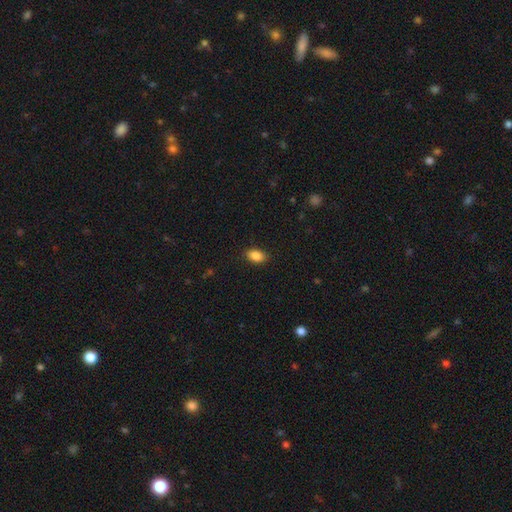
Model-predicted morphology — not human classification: Q: Smooth or featured?
A: smooth (87%); runner-up: star or artifact (8%)
Q: How rounded?
A: in between (88%); runner-up: round (10%)
Q: Merging?
A: none (86%); runner-up: minor disturbance (10%)